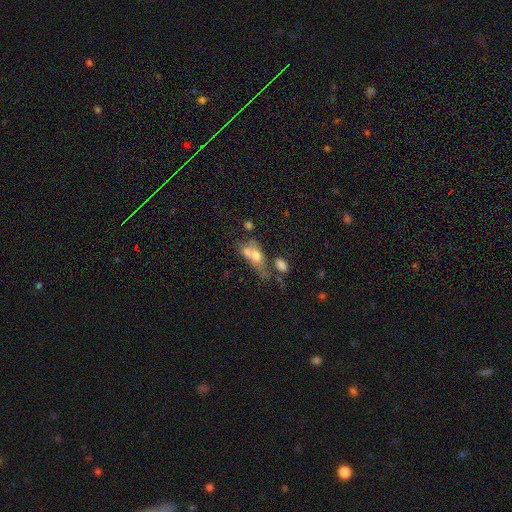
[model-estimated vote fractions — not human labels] The model was most divided on "smooth or featured": smooth: 55%, featured or disk: 32%, star or artifact: 13%. More confident: how rounded — in between (66%); merging — merger (55%).